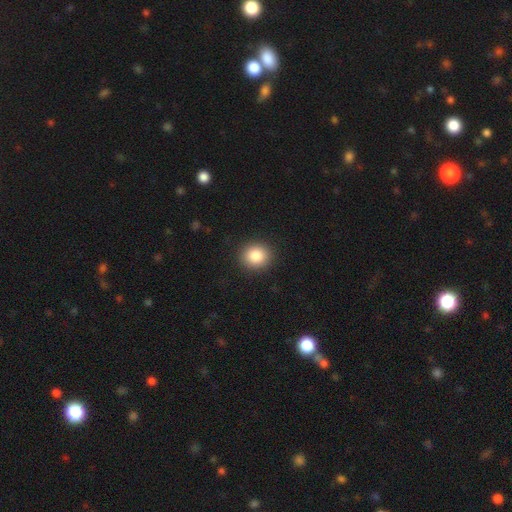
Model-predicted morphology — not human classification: smooth_or_featured: smooth (p=0.85) [alt: star or artifact p=0.10]
how_rounded: round (p=0.86) [alt: in between p=0.13]
merging: none (p=0.91) [alt: minor disturbance p=0.06]